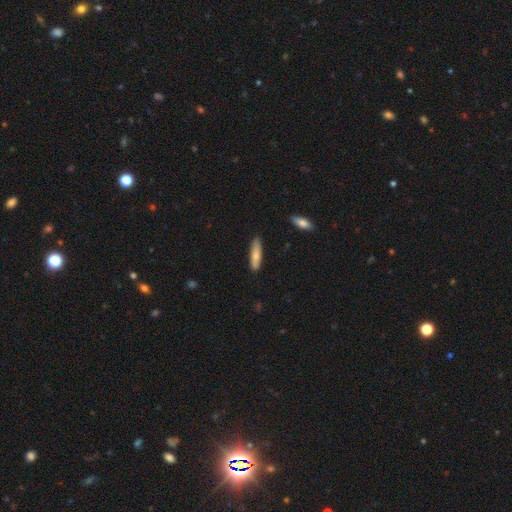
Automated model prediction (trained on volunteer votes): The model was most divided on "how rounded": cigar-shaped: 73%, in between: 25%, round: 2%. More confident: merging — none (86%); smooth or featured — smooth (74%).